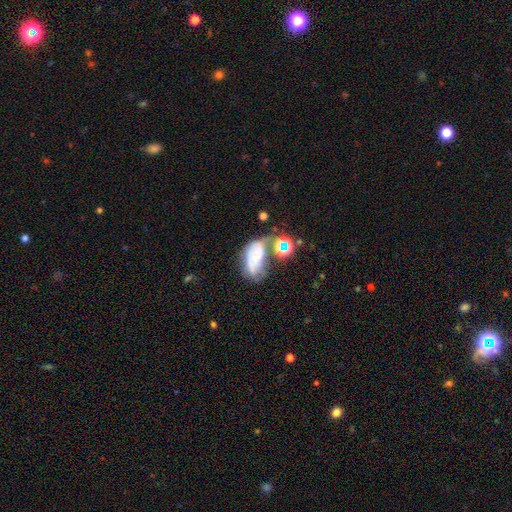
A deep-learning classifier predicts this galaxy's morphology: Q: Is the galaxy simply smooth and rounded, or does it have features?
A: featured or disk — 41%, tied with smooth.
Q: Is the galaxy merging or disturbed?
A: major disturbance — 31%.